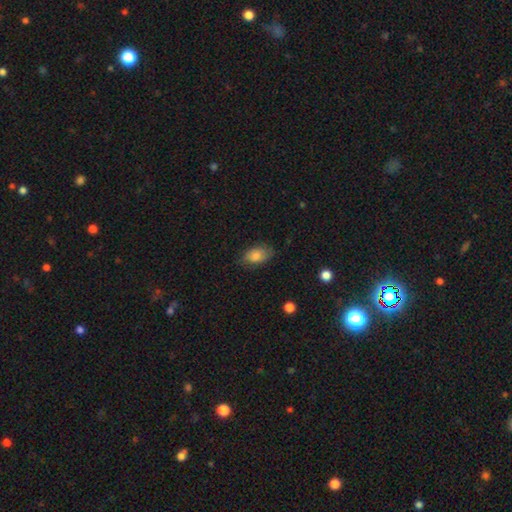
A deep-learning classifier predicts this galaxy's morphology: smooth 79%, featured or disk 13%, star or artifact 8%. Down the decision tree: how rounded — in between (88%); merging — none (71%).